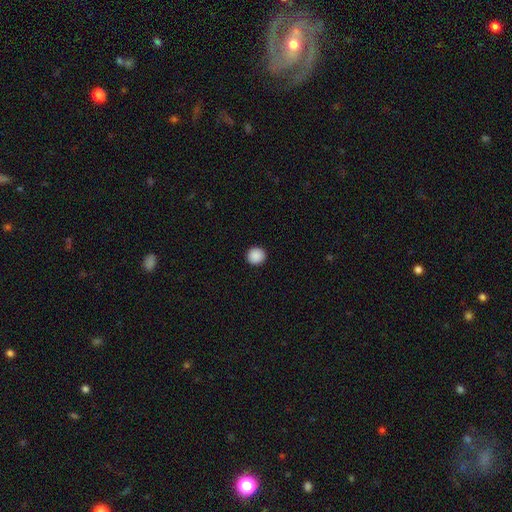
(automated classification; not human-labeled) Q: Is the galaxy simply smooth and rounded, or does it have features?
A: smooth — 89%.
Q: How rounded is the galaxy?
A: round — 95%.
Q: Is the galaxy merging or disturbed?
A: none — 94%.